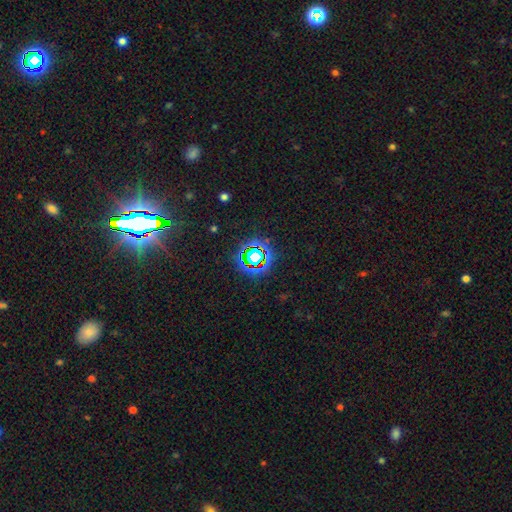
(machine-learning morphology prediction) Smooth or featured? star or artifact (71%)